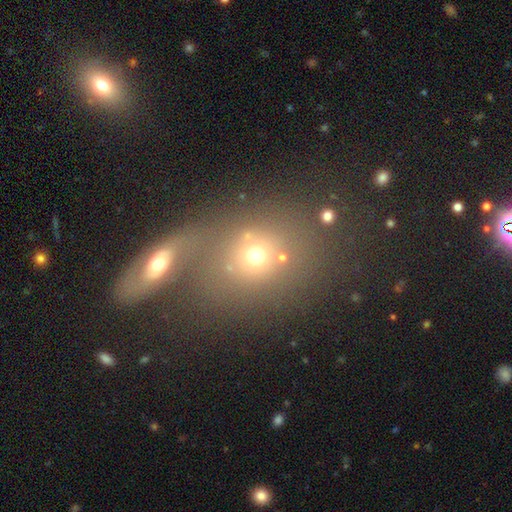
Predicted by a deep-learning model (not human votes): This is likely a smooth galaxy (64%). How rounded: possibly round (56%). Merging: possibly merger (46%).